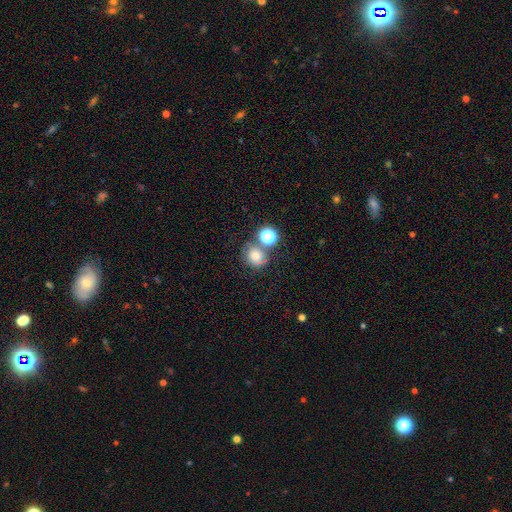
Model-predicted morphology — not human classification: This appears to be a smooth galaxy with no disk features (69%) that is round (75%). Merging: none (52%).